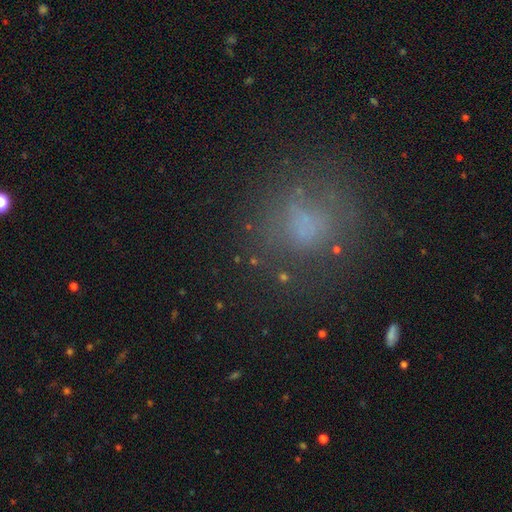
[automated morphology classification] Overall: smooth (55%; star or artifact 24%). How rounded: round (78%). Merging: none (73%).